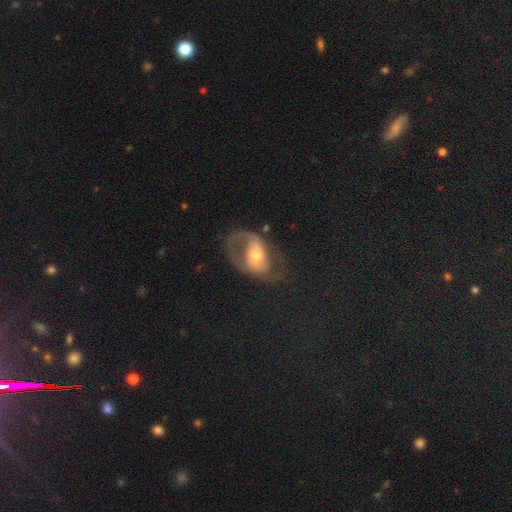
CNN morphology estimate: Q: Smooth or featured?
A: featured or disk (72%); runner-up: smooth (22%)
Q: Edge-on disk?
A: no (95%); runner-up: yes (5%)
Q: Bar?
A: no (51%); runner-up: weak (32%)
Q: Spiral arms?
A: yes (76%); runner-up: no (24%)
Q: Spiral winding?
A: medium (46%); runner-up: loose (33%)
Q: Spiral arm count?
A: 2 (71%); runner-up: 1 (15%)
Q: Bulge size?
A: moderate (60%); runner-up: small (30%)
Q: Merging?
A: none (48%); runner-up: major disturbance (31%)